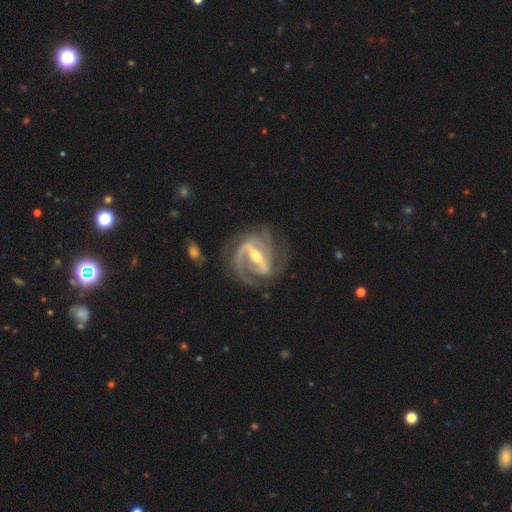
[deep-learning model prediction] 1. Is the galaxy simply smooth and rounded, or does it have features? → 91% featured or disk, 5% star or artifact, 4% smooth.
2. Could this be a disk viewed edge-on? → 96% no, 4% yes.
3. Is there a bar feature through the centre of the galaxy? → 72% strong, 21% weak, 6% no.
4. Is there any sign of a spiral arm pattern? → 96% yes, 4% no.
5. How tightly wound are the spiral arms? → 46% medium, 41% tight, 14% loose.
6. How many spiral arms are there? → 55% 2, 21% 3, 10% can't tell, 7% 1, 4% 4, 3% more than 4.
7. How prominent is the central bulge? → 61% moderate, 33% small, 4% large, 1% none, 1% dominant.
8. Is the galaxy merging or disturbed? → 65% none, 18% minor disturbance, 15% major disturbance, 2% merger.